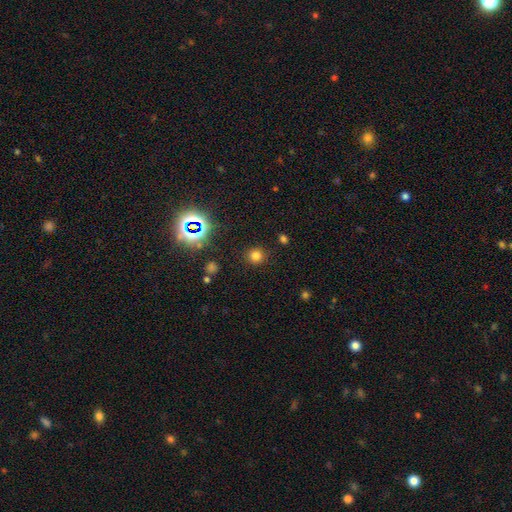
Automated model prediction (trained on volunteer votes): A smooth galaxy with no disk features (74%) that is round (91%). Merging: none (88%).